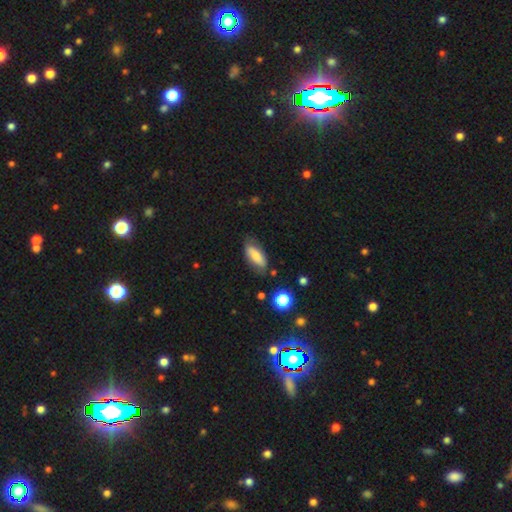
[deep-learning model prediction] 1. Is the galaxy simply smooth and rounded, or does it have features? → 68% smooth, 25% featured or disk, 7% star or artifact.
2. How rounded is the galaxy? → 77% in between, 20% cigar-shaped, 3% round.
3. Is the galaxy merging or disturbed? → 73% none, 20% minor disturbance, 5% major disturbance, 2% merger.